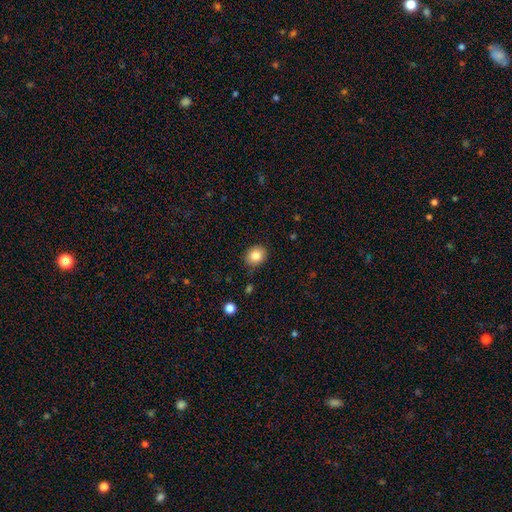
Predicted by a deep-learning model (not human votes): Morphology: type=smooth (83%); roundness=round (62%); merging=none (86%).